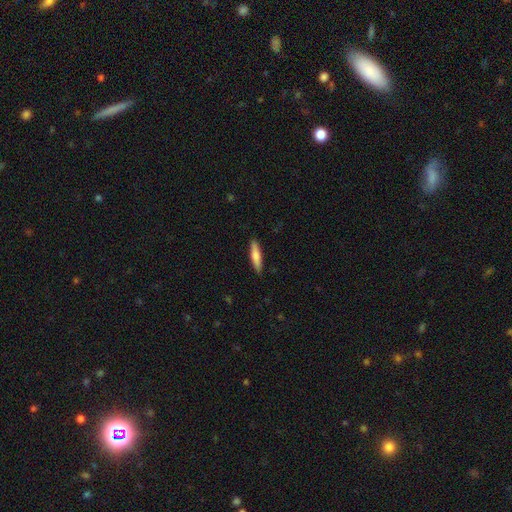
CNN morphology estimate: type=smooth (70%); roundness=cigar-shaped (82%); merging=none (90%).